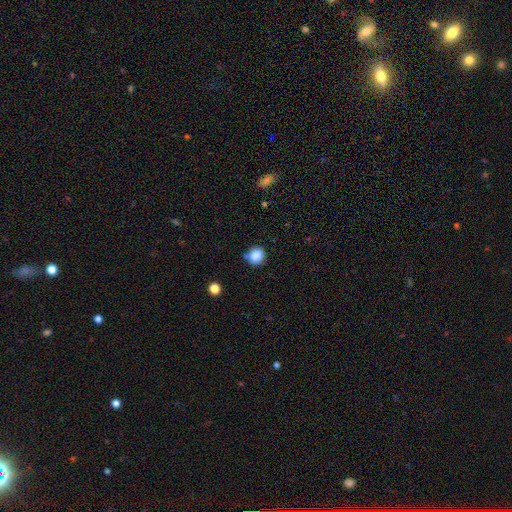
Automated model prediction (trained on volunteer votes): smooth-or-featured: smooth: 86% | star or artifact: 10% | featured or disk: 4%
  how-rounded: round: 84% | in between: 15% | cigar-shaped: 1%
  merging: none: 76% | minor disturbance: 14% | merger: 7% | major disturbance: 3%